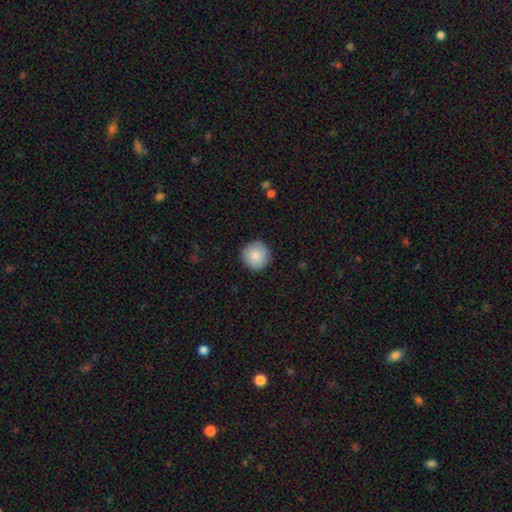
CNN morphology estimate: Smooth or featured: smooth — 87% (star or artifact — 7%)
How rounded: round — 95% (in between — 4%)
Merging: none — 91% (minor disturbance — 7%)